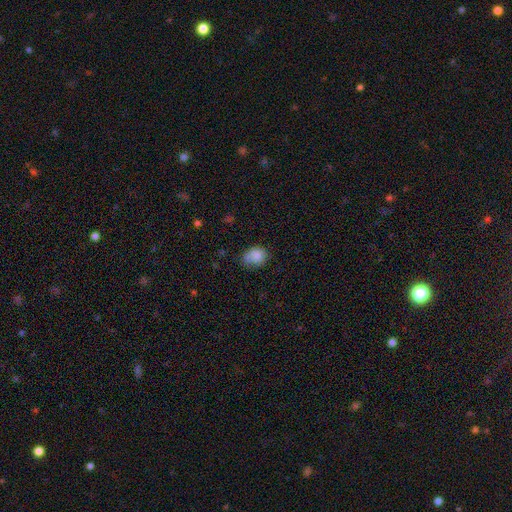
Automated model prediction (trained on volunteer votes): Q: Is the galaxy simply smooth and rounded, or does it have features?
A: smooth — 82%.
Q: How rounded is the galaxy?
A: in between — 61%.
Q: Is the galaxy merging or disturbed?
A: none — 55%.